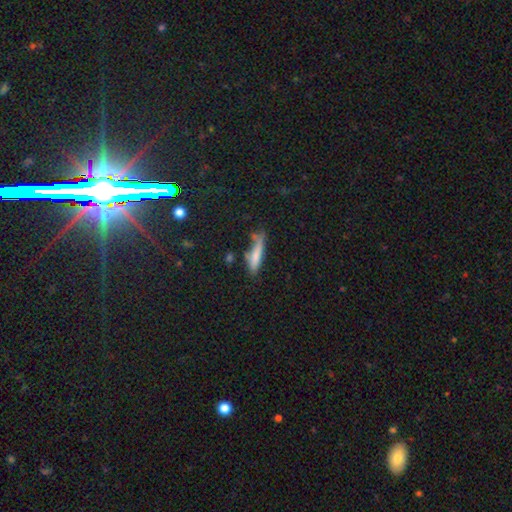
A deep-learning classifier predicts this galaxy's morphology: The model was most divided on "merging": none: 56%, minor disturbance: 25%, major disturbance: 9%, merger: 9%. More confident: how rounded — cigar-shaped (79%); smooth or featured — smooth (73%).